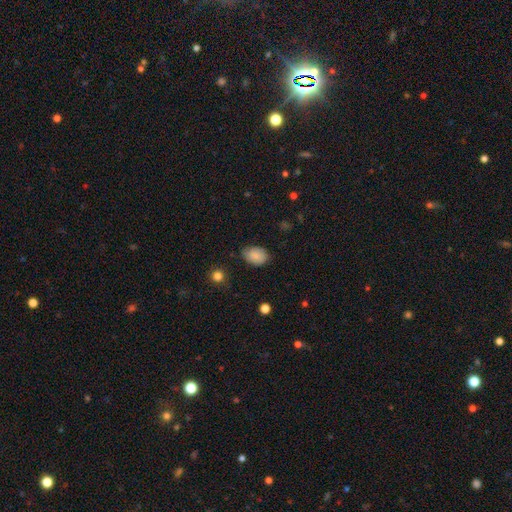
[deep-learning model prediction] smooth_or_featured: smooth (p=0.85) [alt: star or artifact p=0.08]
how_rounded: in between (p=0.84) [alt: round p=0.15]
merging: none (p=0.73) [alt: minor disturbance p=0.21]